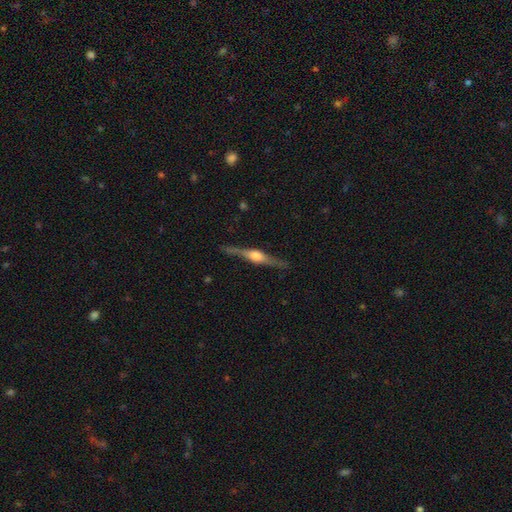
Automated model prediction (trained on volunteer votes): This appears to be a featured or disk galaxy (81%) viewed edge-on (98%) with a rounded central bulge (88%). Merging: none (87%).